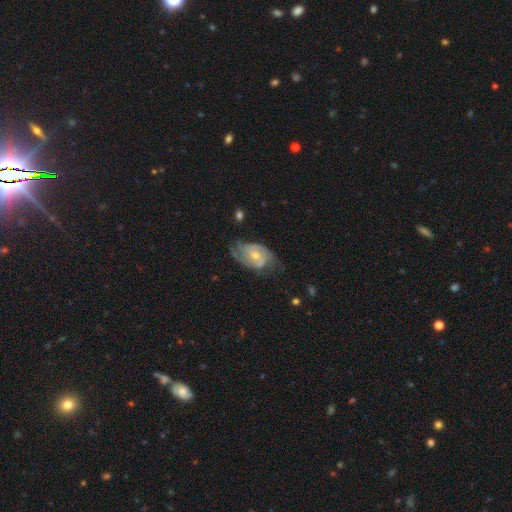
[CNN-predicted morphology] featured or disk 77%, smooth 17%, star or artifact 6%. Down the decision tree: edge-on disk — no (96%); bar — no (55%); spiral arms — yes (91%); spiral arm count — 2 (67%); spiral winding — medium (42%); bulge size — moderate (50%); merging — none (58%).